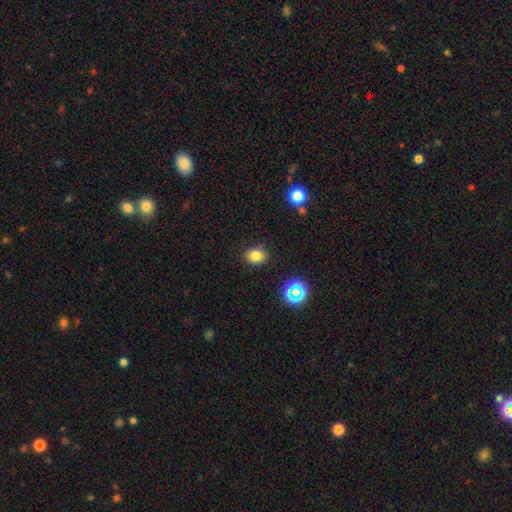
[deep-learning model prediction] This appears to be a smooth galaxy with no disk features (79%) that is in between round and cigar-shaped (54%). Merging: none (85%).